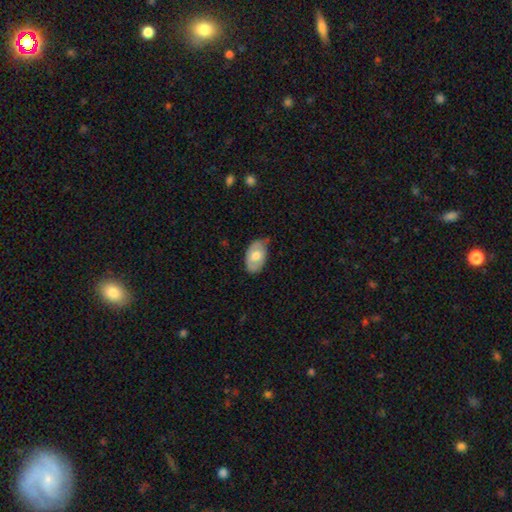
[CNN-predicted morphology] Smooth or featured? smooth (62%)
How rounded? in between (92%)
Merging? none (56%)